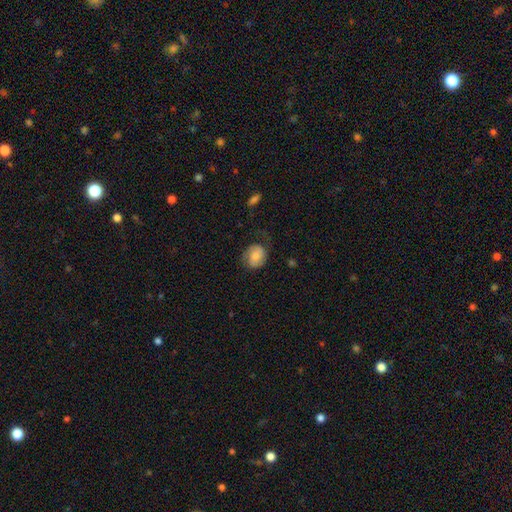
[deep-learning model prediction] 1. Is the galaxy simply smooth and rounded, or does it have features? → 64% smooth, 28% featured or disk, 8% star or artifact.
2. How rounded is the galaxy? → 55% round, 44% in between, 1% cigar-shaped.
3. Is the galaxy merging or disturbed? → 55% none, 26% minor disturbance, 18% major disturbance, 2% merger.